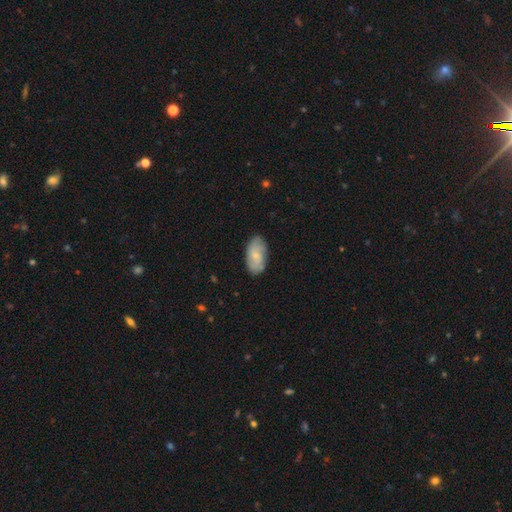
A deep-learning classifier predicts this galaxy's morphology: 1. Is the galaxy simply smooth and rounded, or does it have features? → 49% smooth, 44% featured or disk, 6% star or artifact.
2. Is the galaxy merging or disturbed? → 79% none, 16% minor disturbance, 3% major disturbance, 1% merger.